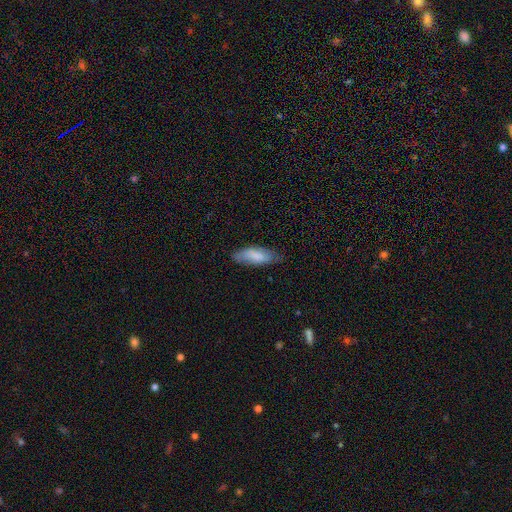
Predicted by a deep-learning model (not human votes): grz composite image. It shows a smooth galaxy with no disk features (80%) that is in between round and cigar-shaped (68%). Merging: none (69%).